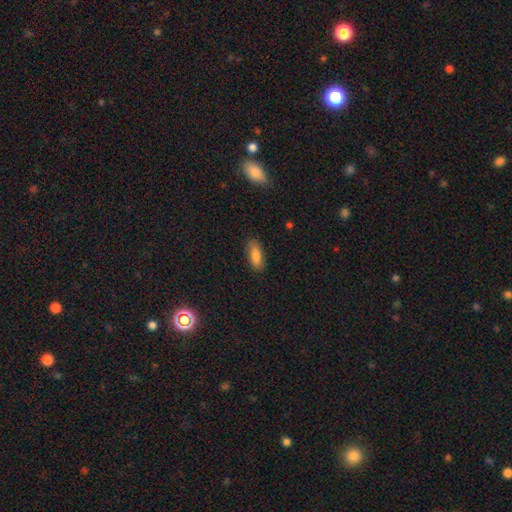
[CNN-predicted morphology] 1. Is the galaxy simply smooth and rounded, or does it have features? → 83% smooth, 9% featured or disk, 8% star or artifact.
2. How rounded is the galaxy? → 81% in between, 16% cigar-shaped, 2% round.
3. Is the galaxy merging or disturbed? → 83% none, 13% minor disturbance, 3% major disturbance, 1% merger.